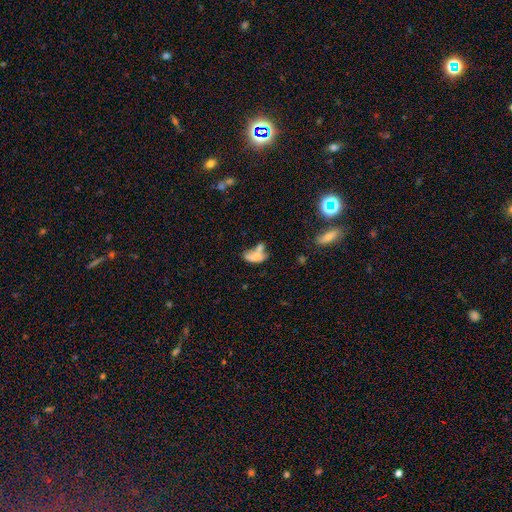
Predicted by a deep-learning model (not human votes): smooth_or_featured: smooth (p=0.63) [alt: featured or disk p=0.26]
how_rounded: in between (p=0.83) [alt: cigar-shaped p=0.11]
merging: merger (p=0.46) [alt: none p=0.24]